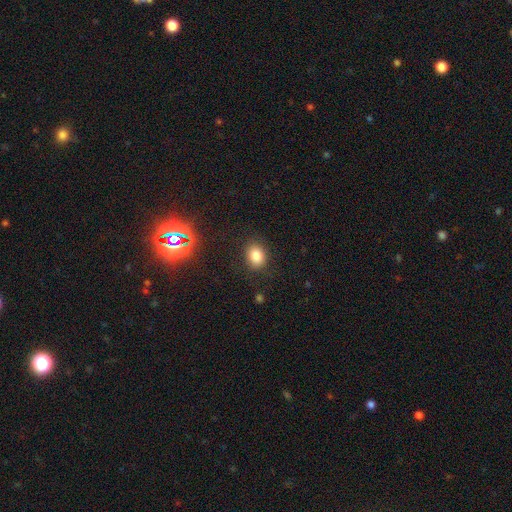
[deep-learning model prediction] Smooth or featured? smooth (81%)
How rounded? in between (55%)
Merging? none (86%)